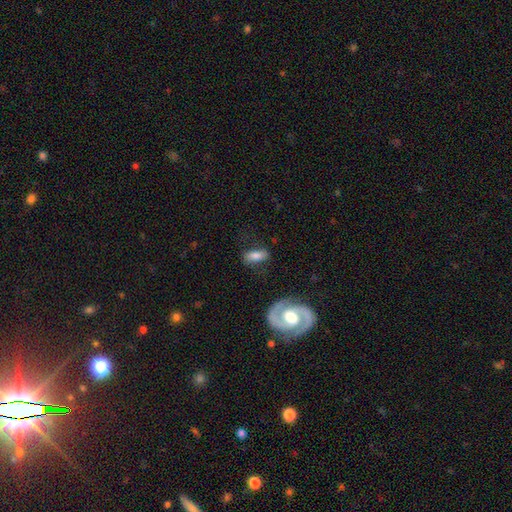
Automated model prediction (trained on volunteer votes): This appears to be a smooth galaxy with no disk features (65%) that is in between round and cigar-shaped (80%). Merging: none (73%).